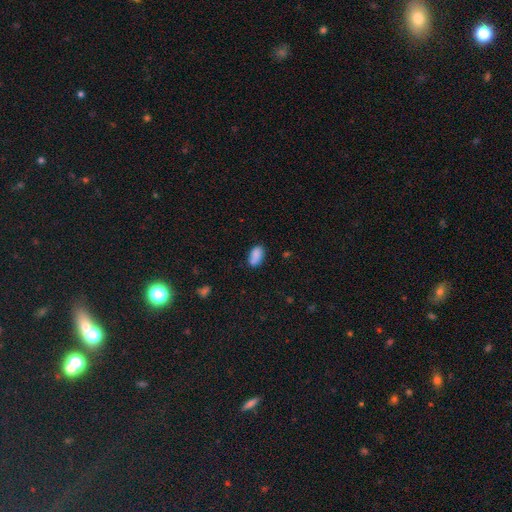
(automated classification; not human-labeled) smooth_or_featured: smooth (p=0.86) [alt: star or artifact p=0.08]
how_rounded: in between (p=0.92) [alt: round p=0.04]
merging: none (p=0.75) [alt: minor disturbance p=0.17]